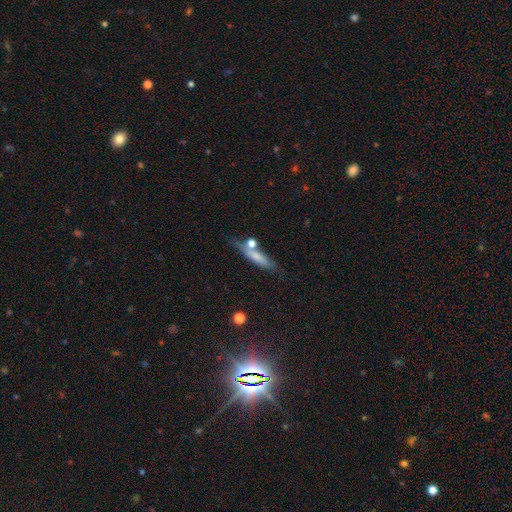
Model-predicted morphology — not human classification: type=smooth (65%); roundness=cigar-shaped (76%); merging=none (61%).